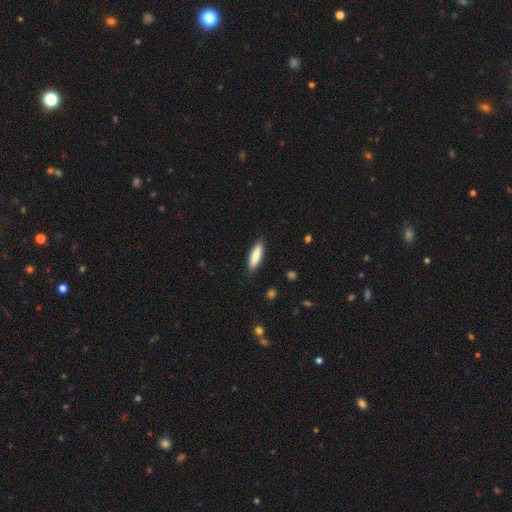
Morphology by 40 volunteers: A smooth galaxy with no disk features (88%) that is cigar-shaped (91%). Merging: none (90%).